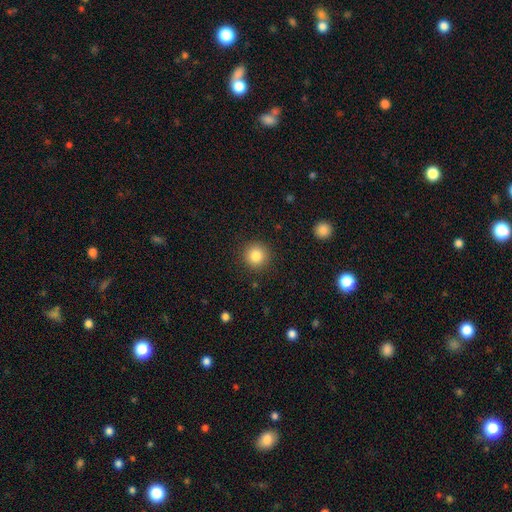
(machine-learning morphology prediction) A smooth galaxy with no disk features (83%) that is round (95%).

Vote fractions:
- Smooth or featured? smooth: 83% / star or artifact: 10% / featured or disk: 6%
- How rounded? round: 95% / in between: 4% / cigar-shaped: 1%
- Merging? none: 91% / minor disturbance: 6% / major disturbance: 2% / merger: 1%